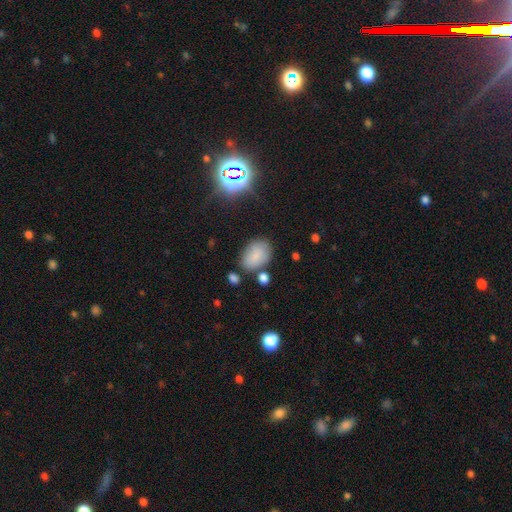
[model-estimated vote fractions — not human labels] Q: Smooth or featured?
A: smooth (80%); runner-up: star or artifact (11%)
Q: How rounded?
A: in between (80%); runner-up: round (19%)
Q: Merging?
A: none (68%); runner-up: minor disturbance (18%)